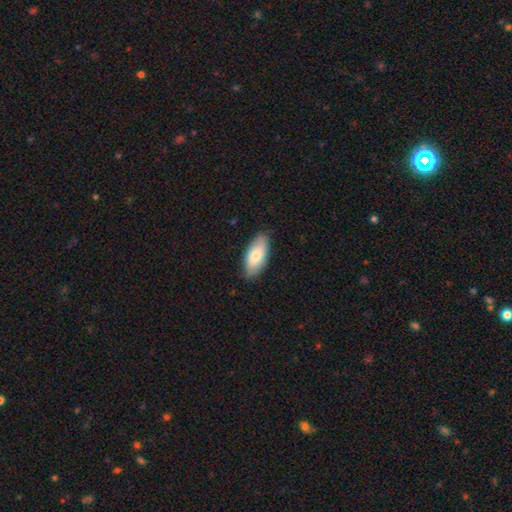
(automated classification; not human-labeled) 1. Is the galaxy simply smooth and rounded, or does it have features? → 76% smooth, 19% featured or disk, 6% star or artifact.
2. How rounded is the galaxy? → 89% in between, 8% cigar-shaped, 2% round.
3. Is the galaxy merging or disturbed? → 86% none, 11% minor disturbance, 2% major disturbance, 1% merger.